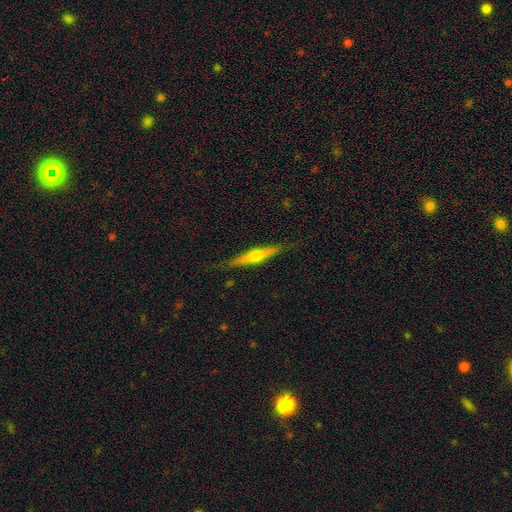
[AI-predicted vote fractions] A featured or disk galaxy (67%) viewed edge-on (97%) with a rounded central bulge (91%).

Vote fractions:
- Smooth or featured? featured or disk: 67% / smooth: 27% / star or artifact: 6%
- Edge-on disk? yes: 97% / no: 3%
- Edge-on bulge? rounded: 91% / none: 5% / boxy: 4%
- Merging? none: 85% / minor disturbance: 11% / major disturbance: 2% / merger: 1%